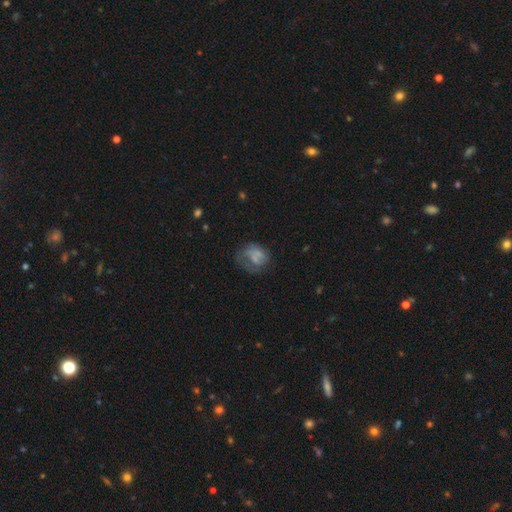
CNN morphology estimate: A smooth galaxy with no disk features (51%) that is round (52%).

Vote fractions:
- Smooth or featured? smooth: 51% / featured or disk: 38% / star or artifact: 11%
- How rounded? round: 52% / in between: 47% / cigar-shaped: 1%
- Merging? major disturbance: 40% / none: 33% / minor disturbance: 24% / merger: 3%